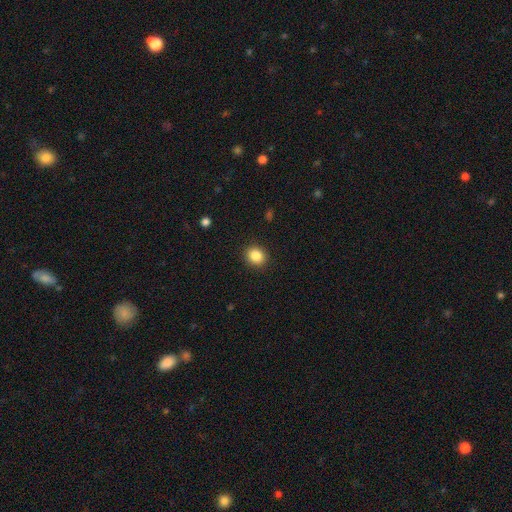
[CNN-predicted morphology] A smooth galaxy with no disk features (86%) that is round (73%). Merging: none (91%).